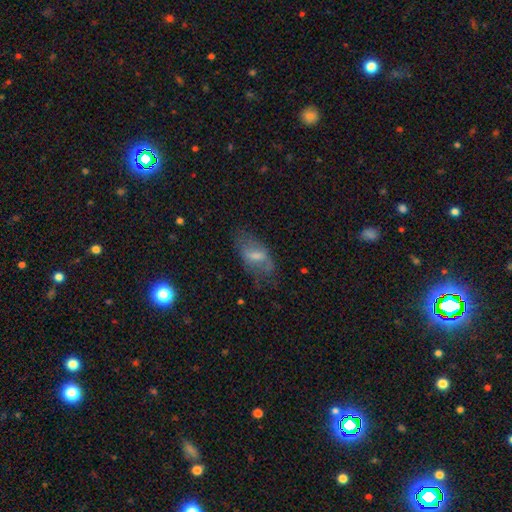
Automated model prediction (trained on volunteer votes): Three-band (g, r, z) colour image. It shows a smooth galaxy with no disk features (48%). Merging: none (60%).